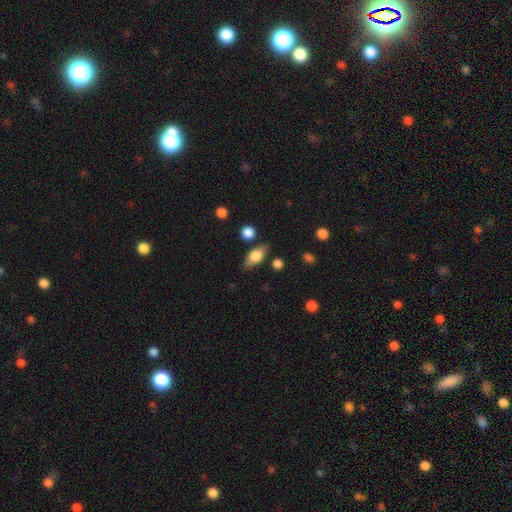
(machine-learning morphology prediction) smooth-or-featured: smooth: 73% | featured or disk: 20% | star or artifact: 7%
  how-rounded: in between: 81% | cigar-shaped: 12% | round: 7%
  merging: none: 79% | minor disturbance: 14% | merger: 4% | major disturbance: 4%